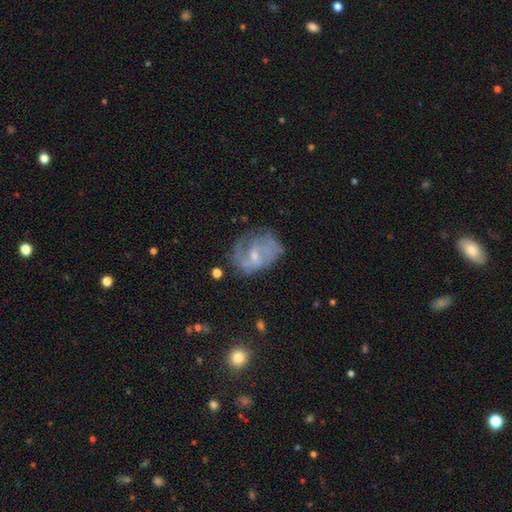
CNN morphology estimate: The model was most divided on "spiral arm count": 2: 39%, can't tell: 33%, 1: 12%, 3: 10%, 4: 3%, more than 4: 3%. Remaining: edge-on disk — no (97%); spiral arms — yes (79%); smooth or featured — featured or disk (73%); bulge size — small (58%); merging — none (53%); bar — weak (49%); spiral winding — medium (43%).